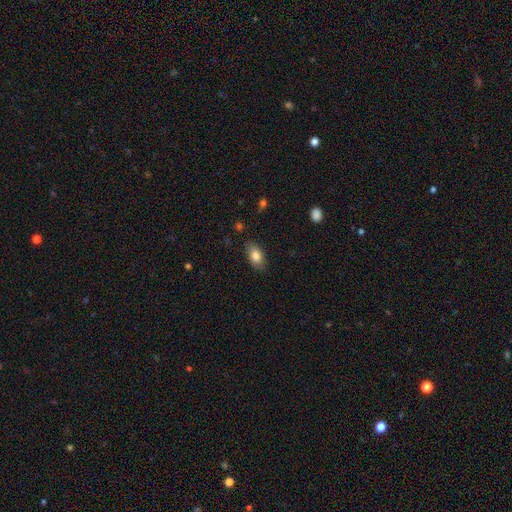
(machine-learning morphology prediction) A smooth galaxy with no disk features (82%) that is in between round and cigar-shaped (90%).

Vote fractions:
- Smooth or featured? smooth: 82% / featured or disk: 11% / star or artifact: 7%
- How rounded? in between: 90% / round: 7% / cigar-shaped: 4%
- Merging? none: 83% / minor disturbance: 13% / major disturbance: 3% / merger: 1%